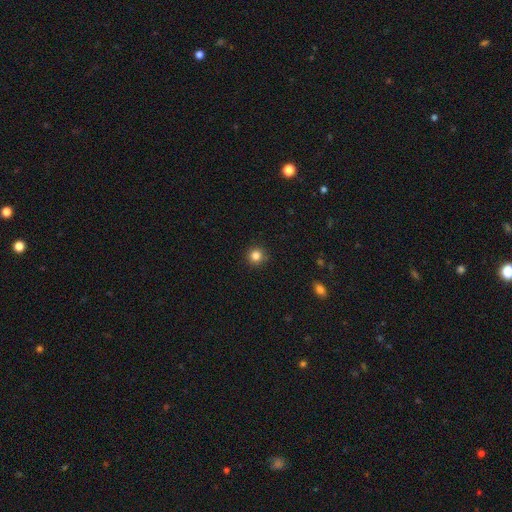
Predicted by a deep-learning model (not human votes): Q: Smooth or featured?
A: smooth (83%); runner-up: star or artifact (12%)
Q: How rounded?
A: round (95%); runner-up: in between (4%)
Q: Merging?
A: none (92%); runner-up: minor disturbance (6%)